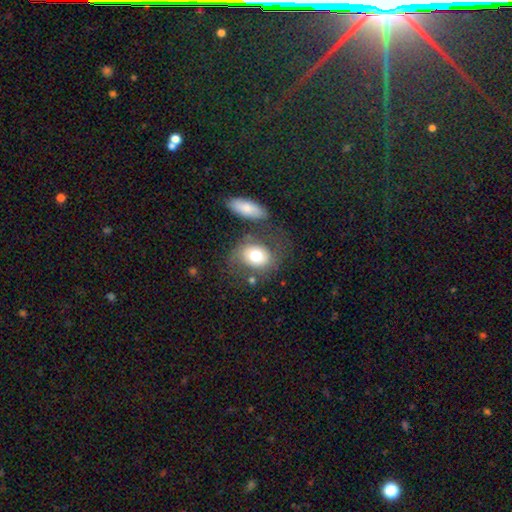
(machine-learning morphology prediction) Smooth or featured?
  - smooth: 69% *
  - featured or disk: 24%
  - star or artifact: 8%
How rounded?
  - in between: 56% *
  - round: 43%
  - cigar-shaped: 1%
Merging?
  - none: 55% *
  - minor disturbance: 18%
  - merger: 14%
  - major disturbance: 12%